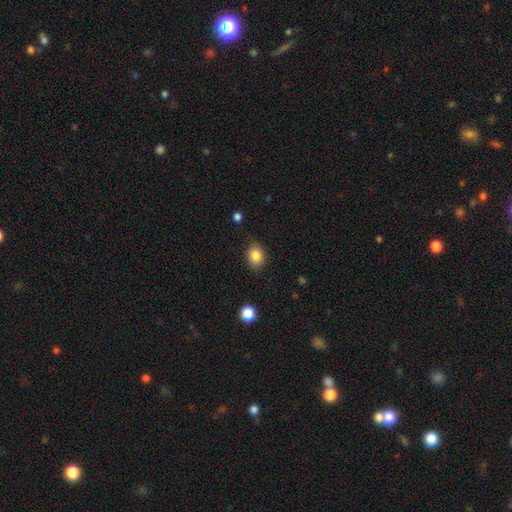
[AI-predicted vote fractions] Smooth or featured? smooth (85%)
How rounded? round (51%)
Merging? none (82%)